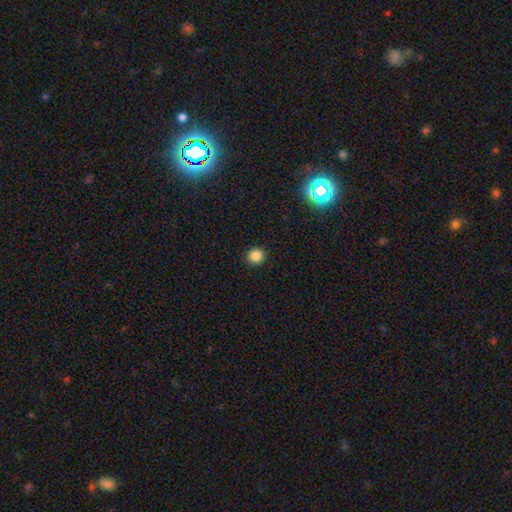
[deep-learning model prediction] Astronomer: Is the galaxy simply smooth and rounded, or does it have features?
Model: smooth — 85%.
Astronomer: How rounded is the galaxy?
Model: round — 94%.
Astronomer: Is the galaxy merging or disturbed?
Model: none — 93%.